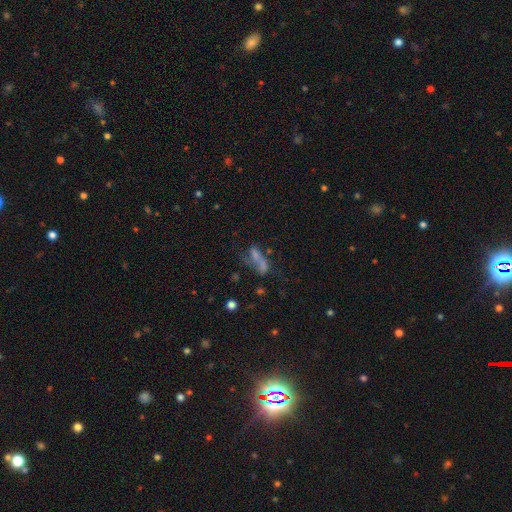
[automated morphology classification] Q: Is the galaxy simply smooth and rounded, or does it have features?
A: featured or disk — 40%, tied with smooth.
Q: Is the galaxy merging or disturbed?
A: major disturbance — 29%, tied with none.